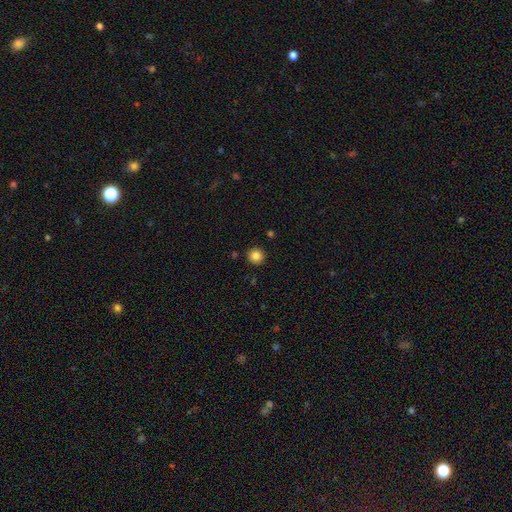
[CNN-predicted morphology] Overall: smooth (85%). How rounded: round (94%). Merging: none (92%).